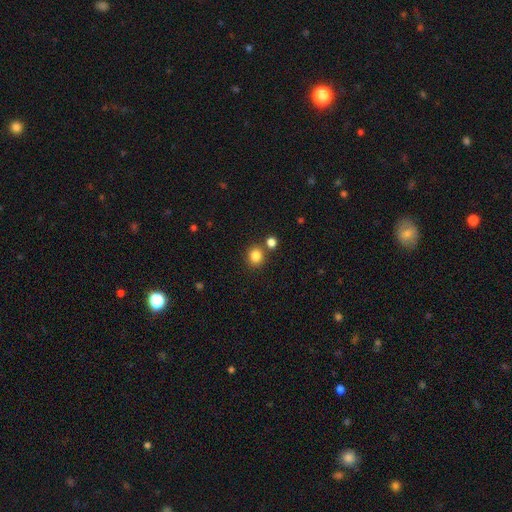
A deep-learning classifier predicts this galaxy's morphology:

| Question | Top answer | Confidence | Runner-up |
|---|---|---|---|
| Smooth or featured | smooth | 84% | star or artifact (12%) |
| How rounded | round | 82% | in between (17%) |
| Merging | none | 76% | merger (13%) |